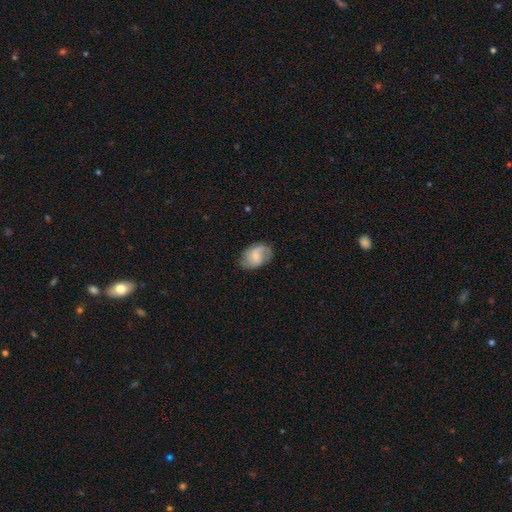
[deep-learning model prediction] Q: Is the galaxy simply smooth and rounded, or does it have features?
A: featured or disk — 59%.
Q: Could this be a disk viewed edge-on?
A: no — 97%.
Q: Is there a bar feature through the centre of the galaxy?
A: weak — 51%.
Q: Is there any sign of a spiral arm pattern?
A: yes — 88%.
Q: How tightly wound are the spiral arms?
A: medium — 43%.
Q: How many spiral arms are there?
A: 2 — 75%.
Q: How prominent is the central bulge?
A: small — 55%.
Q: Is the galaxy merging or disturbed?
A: none — 74%.